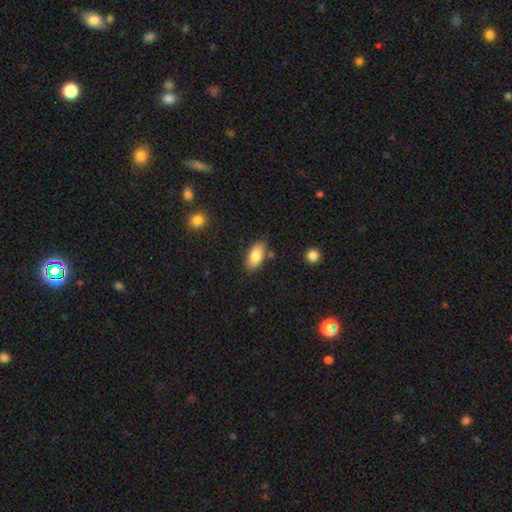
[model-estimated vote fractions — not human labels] This is clearly a smooth galaxy (83%). How rounded: clearly in between (91%). Merging: likely none (77%).